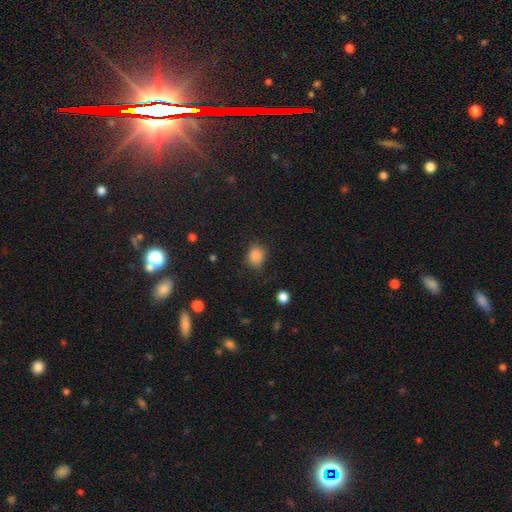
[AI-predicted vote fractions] Smooth or featured? smooth (85%)
How rounded? round (60%)
Merging? none (73%)